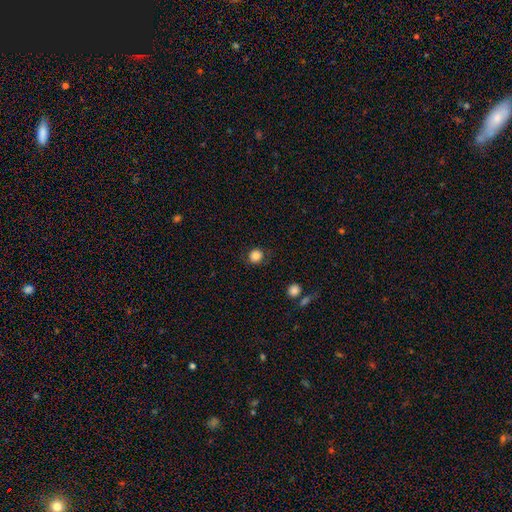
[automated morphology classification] The model was most divided on "merging": none: 83%, minor disturbance: 12%, major disturbance: 4%, merger: 2%. More confident: how rounded — round (88%); smooth or featured — smooth (84%).